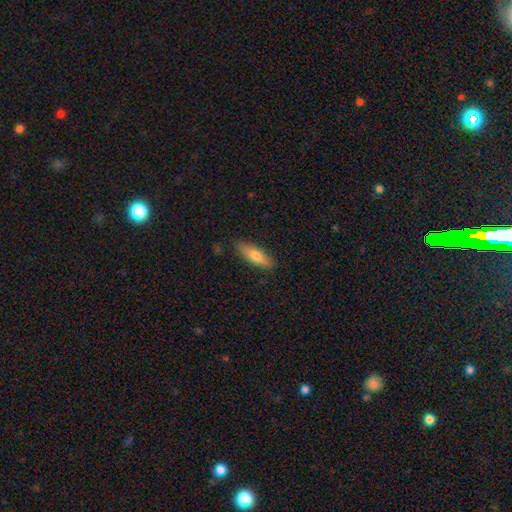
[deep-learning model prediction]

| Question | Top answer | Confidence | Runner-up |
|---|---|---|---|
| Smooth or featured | smooth | 67% | featured or disk (27%) |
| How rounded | cigar-shaped | 55% | in between (43%) |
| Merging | none | 86% | minor disturbance (11%) |